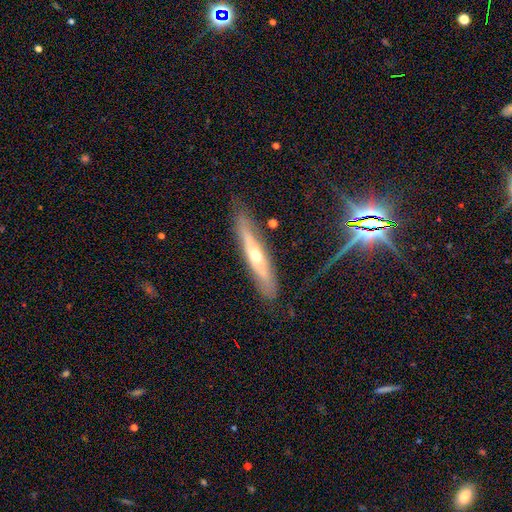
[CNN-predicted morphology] Q: Smooth or featured?
A: featured or disk (62%); runner-up: smooth (32%)
Q: Edge-on disk?
A: yes (67%); runner-up: no (33%)
Q: Merging?
A: none (76%); runner-up: minor disturbance (17%)